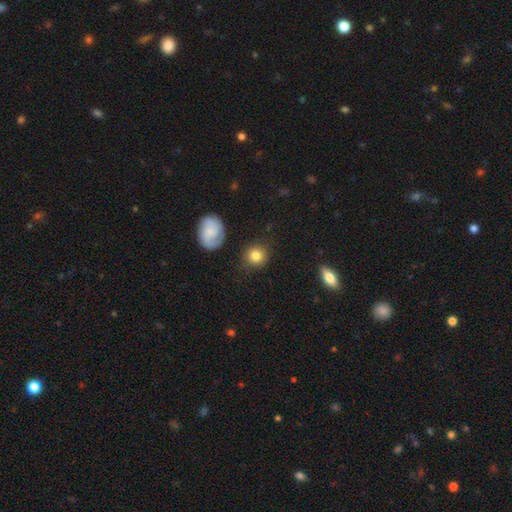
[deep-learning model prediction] This appears to be a smooth galaxy with no disk features (79%) that is round (88%). Merging: none (82%).